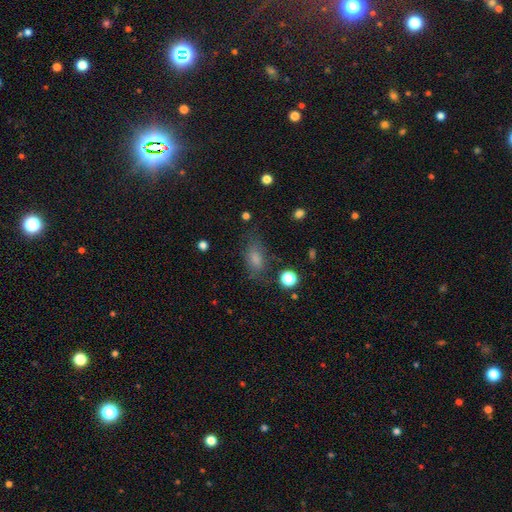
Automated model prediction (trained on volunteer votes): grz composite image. It shows a smooth galaxy with no disk features (57%) that is in between round and cigar-shaped (77%). Merging: none (69%).